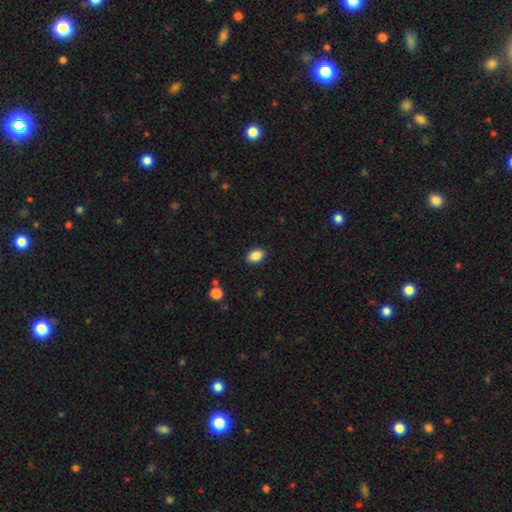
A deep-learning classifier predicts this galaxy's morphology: type=smooth (87%); roundness=in between (86%); merging=none (88%).